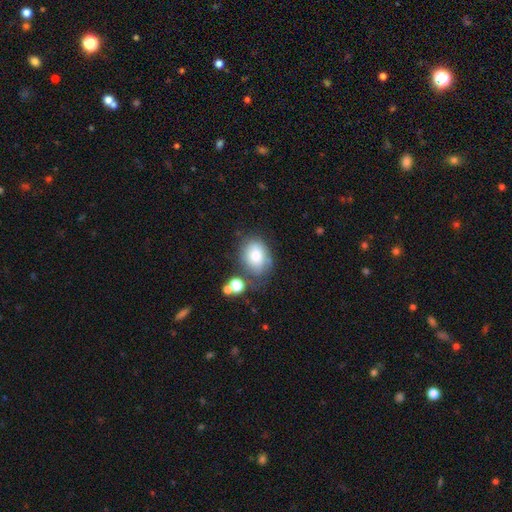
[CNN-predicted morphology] Smooth or featured: smooth — 72% (featured or disk — 19%)
How rounded: in between — 63% (round — 35%)
Merging: none — 54% (minor disturbance — 24%)